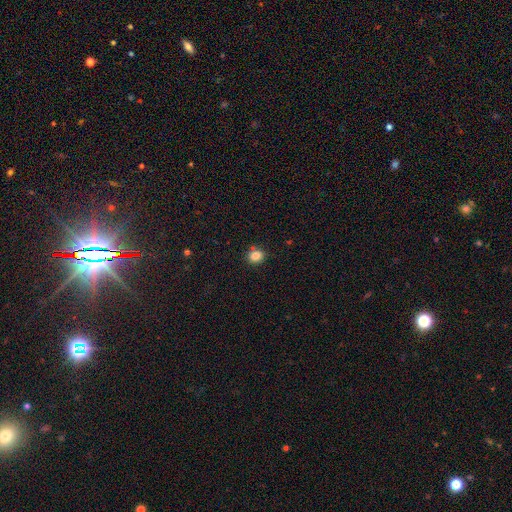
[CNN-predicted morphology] Smooth or featured? smooth (84%)
How rounded? round (75%)
Merging? none (82%)